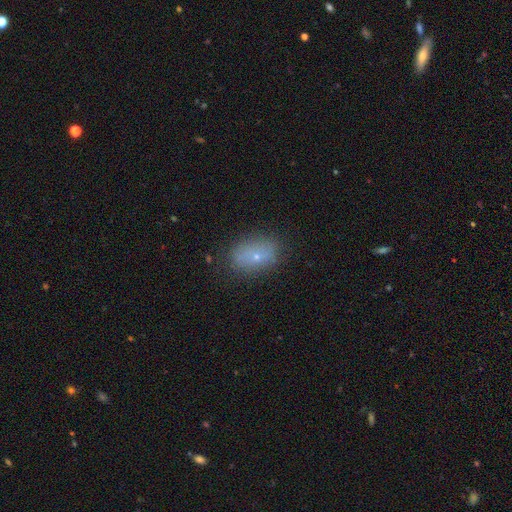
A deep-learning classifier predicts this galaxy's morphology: A smooth galaxy with no disk features (64%) that is in between round and cigar-shaped (82%).

Vote fractions:
- Smooth or featured? smooth: 64% / featured or disk: 23% / star or artifact: 14%
- How rounded? in between: 82% / round: 15% / cigar-shaped: 2%
- Merging? none: 80% / minor disturbance: 15% / major disturbance: 4% / merger: 1%